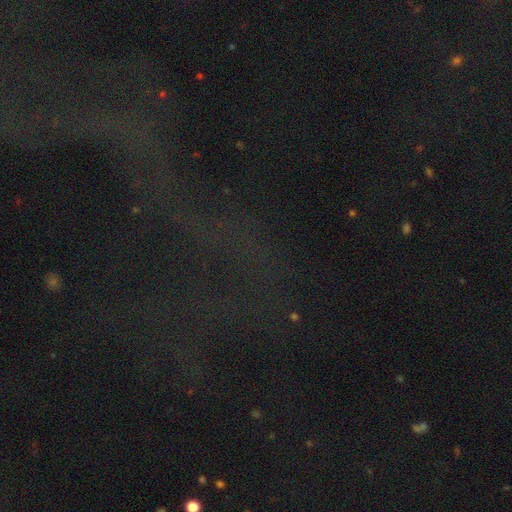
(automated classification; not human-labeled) smooth_or_featured: star or artifact (p=0.68) [alt: featured or disk p=0.18]